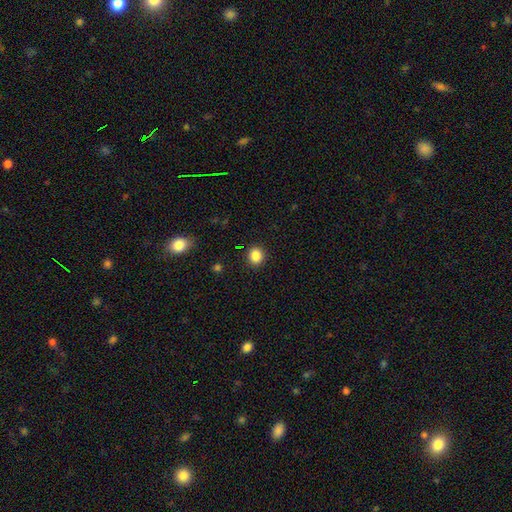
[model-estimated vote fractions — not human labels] Q: Smooth or featured?
A: smooth (85%); runner-up: star or artifact (11%)
Q: How rounded?
A: round (76%); runner-up: in between (23%)
Q: Merging?
A: none (90%); runner-up: minor disturbance (6%)